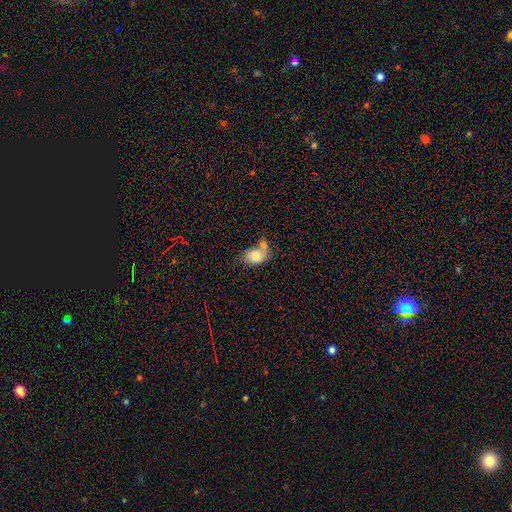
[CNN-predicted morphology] smooth-or-featured: smooth: 75% | featured or disk: 17% | star or artifact: 8%
  how-rounded: in between: 79% | round: 20% | cigar-shaped: 1%
  merging: merger: 40% | none: 36% | minor disturbance: 17% | major disturbance: 7%